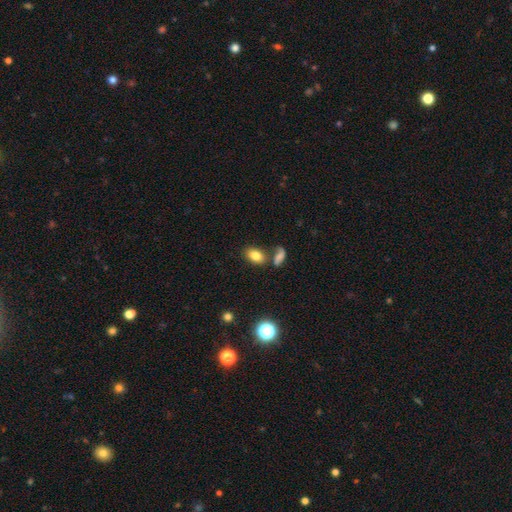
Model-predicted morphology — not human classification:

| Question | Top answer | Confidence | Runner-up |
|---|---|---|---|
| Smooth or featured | smooth | 81% | star or artifact (10%) |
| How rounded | in between | 86% | round (11%) |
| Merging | none | 67% | merger (17%) |